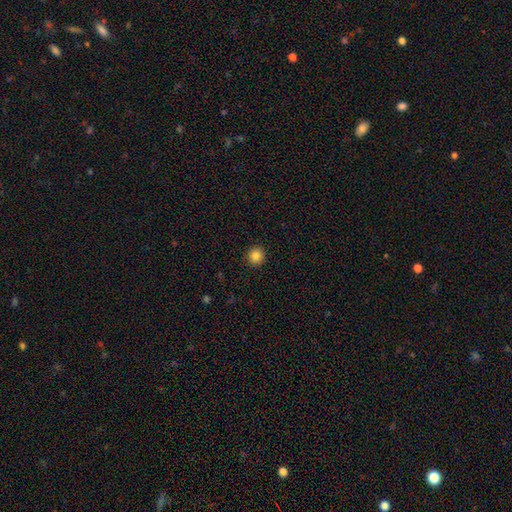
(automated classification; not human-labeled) smooth-or-featured: smooth: 84% | star or artifact: 11% | featured or disk: 5%
  how-rounded: round: 93% | in between: 6% | cigar-shaped: 1%
  merging: none: 93% | minor disturbance: 5% | major disturbance: 2% | merger: 1%